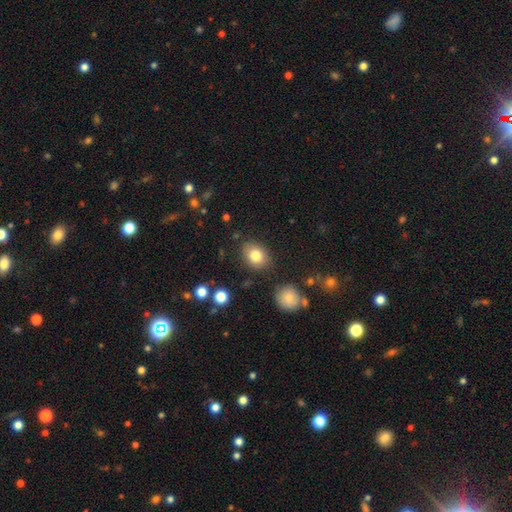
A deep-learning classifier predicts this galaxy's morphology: This is clearly a smooth galaxy (81%). How rounded: possibly in between (56%). Merging: clearly none (82%).